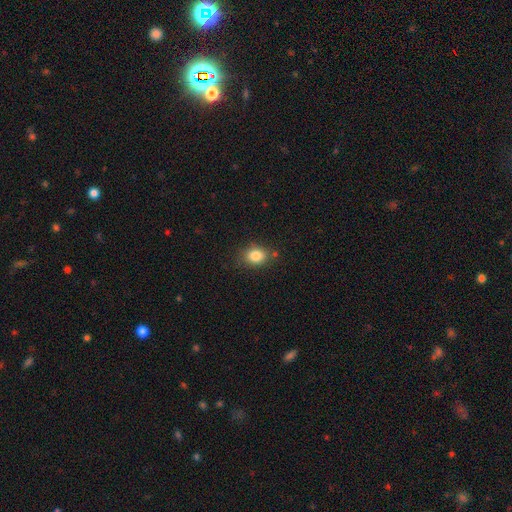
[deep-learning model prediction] A smooth galaxy with no disk features (84%) that is in between round and cigar-shaped (59%). Merging: none (77%).